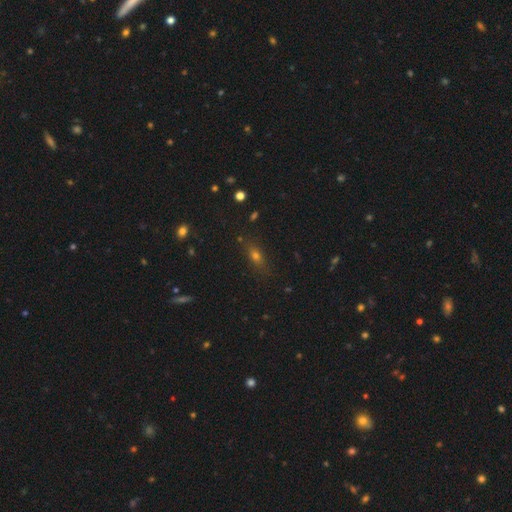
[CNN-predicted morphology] smooth_or_featured: smooth (p=0.60) [alt: star or artifact p=0.22]
how_rounded: in between (p=0.57) [alt: cigar-shaped p=0.30]
merging: none (p=0.81) [alt: minor disturbance p=0.13]